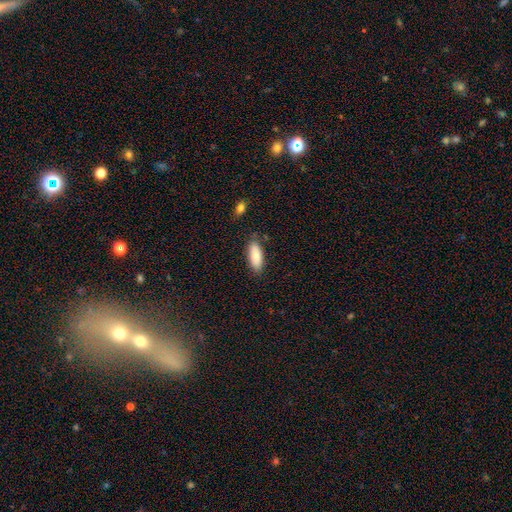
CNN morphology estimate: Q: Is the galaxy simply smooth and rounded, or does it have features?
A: smooth — 83%.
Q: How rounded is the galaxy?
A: in between — 77%.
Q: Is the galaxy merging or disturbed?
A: none — 80%.